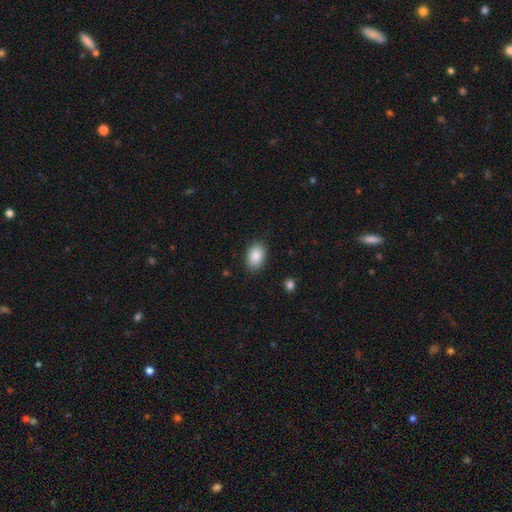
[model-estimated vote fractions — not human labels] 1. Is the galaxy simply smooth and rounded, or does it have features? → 88% smooth, 7% star or artifact, 5% featured or disk.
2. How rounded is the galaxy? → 86% in between, 13% round, 1% cigar-shaped.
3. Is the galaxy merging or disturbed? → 87% none, 9% minor disturbance, 2% major disturbance, 1% merger.